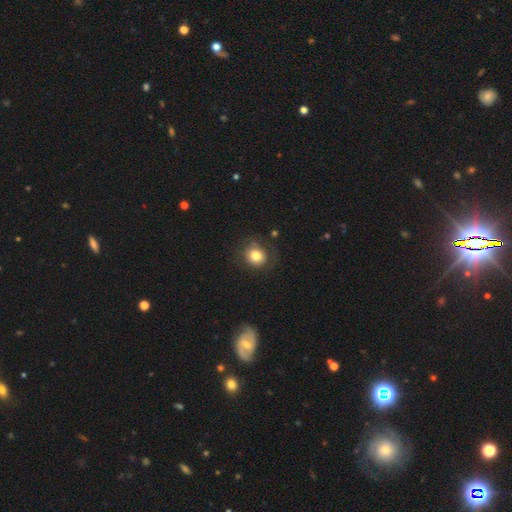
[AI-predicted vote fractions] Smooth or featured? Predicted: smooth (p=0.79). How rounded? Predicted: round (p=0.83). Merging? Predicted: none (p=0.74).